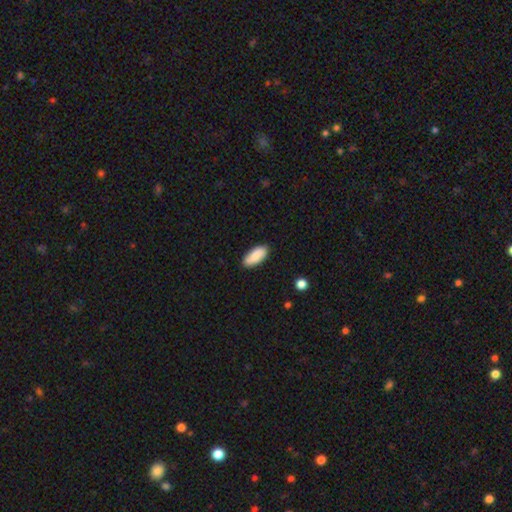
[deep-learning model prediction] Smooth or featured? smooth (86%)
How rounded? in between (87%)
Merging? none (86%)